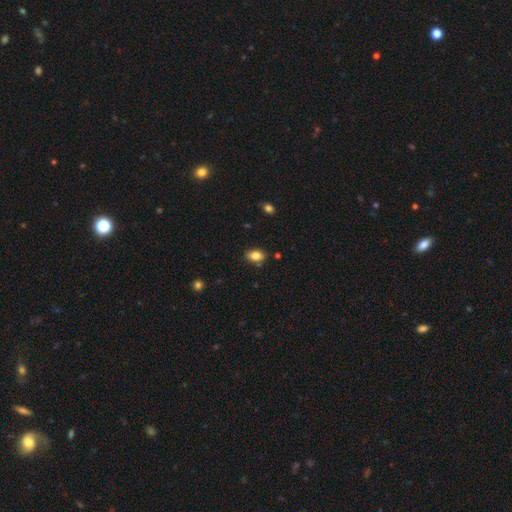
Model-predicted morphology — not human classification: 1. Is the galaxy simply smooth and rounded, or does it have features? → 83% smooth, 9% star or artifact, 8% featured or disk.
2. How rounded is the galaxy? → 83% in between, 16% round, 2% cigar-shaped.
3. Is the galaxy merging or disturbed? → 79% none, 15% minor disturbance, 3% merger, 3% major disturbance.